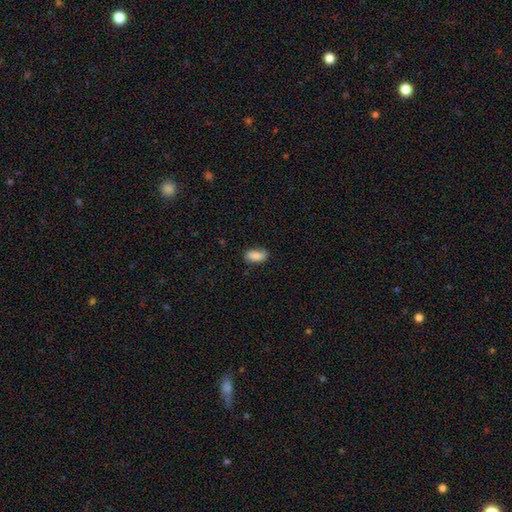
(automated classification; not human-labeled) Smooth or featured: smooth — 86% (star or artifact — 7%)
How rounded: in between — 90% (cigar-shaped — 6%)
Merging: none — 77% (minor disturbance — 18%)